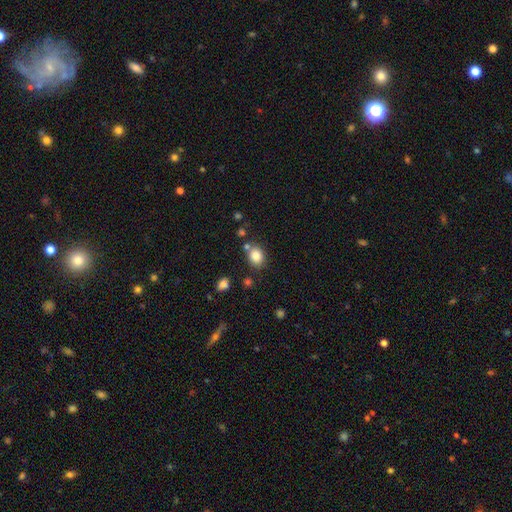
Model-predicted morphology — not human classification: The model was most divided on "how rounded": in between: 50%, round: 49%, cigar-shaped: 1%. More confident: smooth or featured — smooth (84%); merging — none (70%).